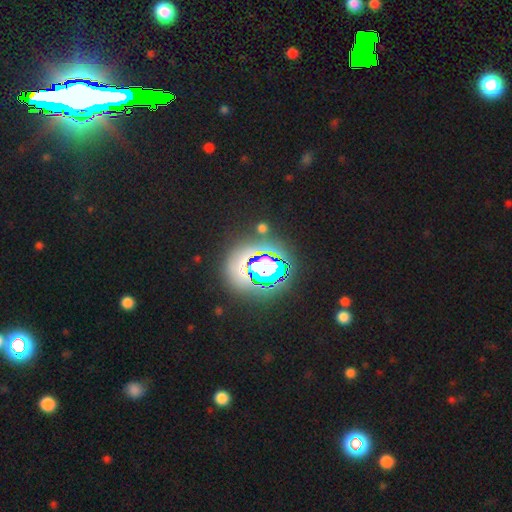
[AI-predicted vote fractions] This is likely a star or artifact rather than a galaxy (65%).